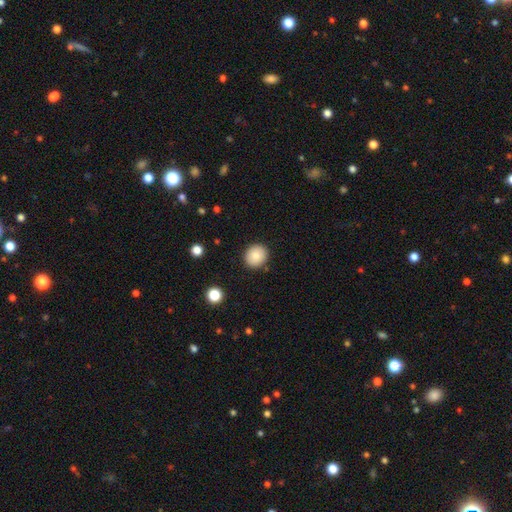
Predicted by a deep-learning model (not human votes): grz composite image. It shows a smooth galaxy with no disk features (85%) that is round (80%). Merging: none (89%).